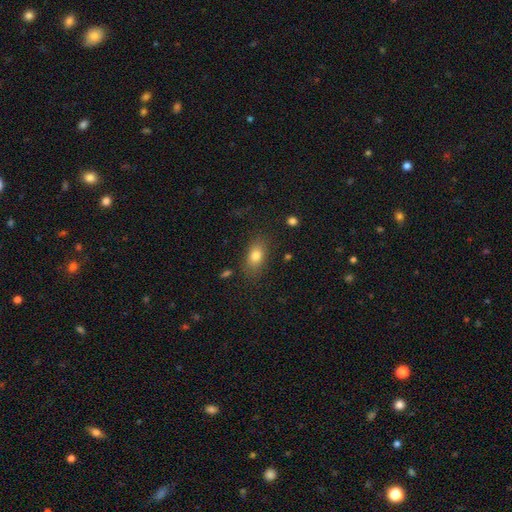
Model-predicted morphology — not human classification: smooth-or-featured: smooth: 79% | featured or disk: 11% | star or artifact: 10%
  how-rounded: in between: 82% | round: 14% | cigar-shaped: 4%
  merging: none: 82% | minor disturbance: 13% | major disturbance: 4% | merger: 2%